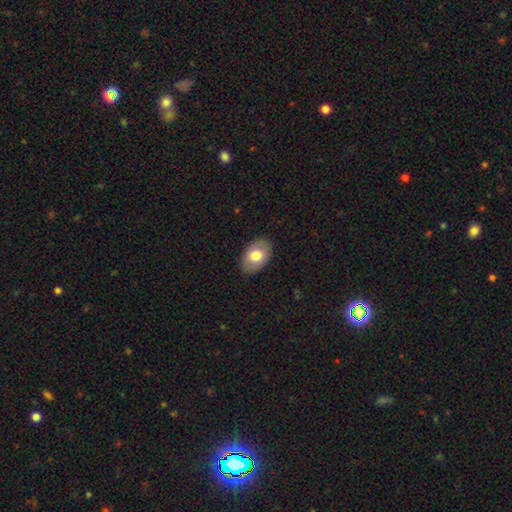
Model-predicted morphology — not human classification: A smooth galaxy with no disk features (73%) that is in between round and cigar-shaped (89%). Merging: none (86%).